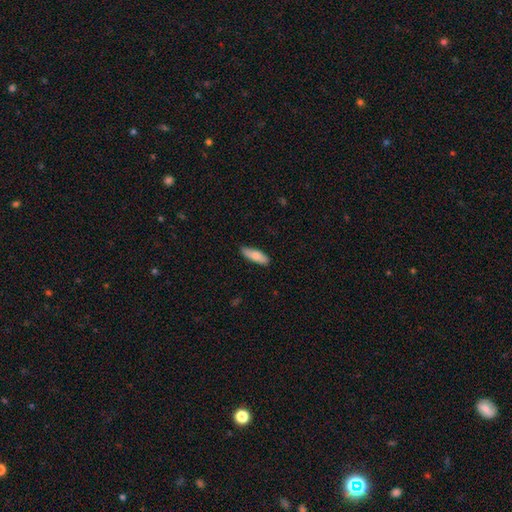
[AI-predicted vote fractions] A smooth galaxy with no disk features (81%) that is in between round and cigar-shaped (52%). Merging: none (85%).